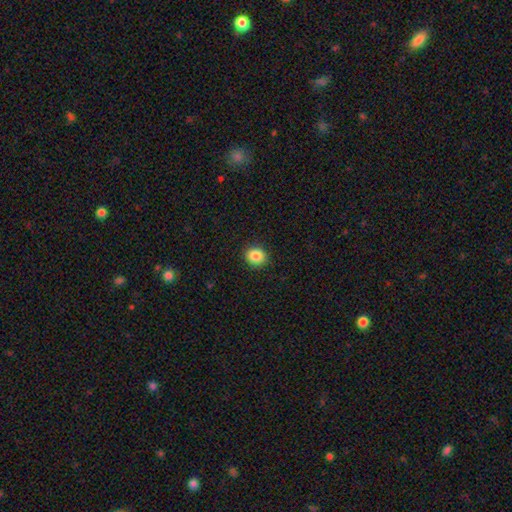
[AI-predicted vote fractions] Morphology: type=smooth (86%); roundness=round (78%); merging=none (91%).